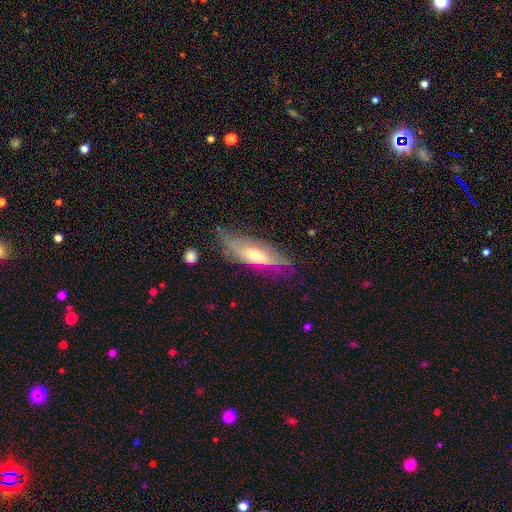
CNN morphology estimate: smooth_or_featured: featured or disk (p=0.55) [alt: smooth p=0.38]
disk_edge_on: yes (p=0.52) [alt: no p=0.48]
merging: none (p=0.62) [alt: minor disturbance p=0.26]